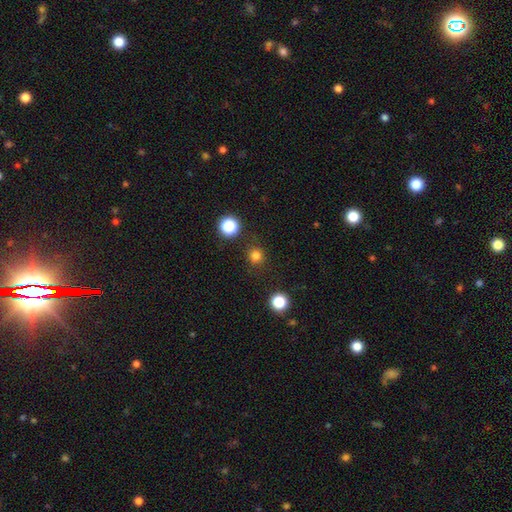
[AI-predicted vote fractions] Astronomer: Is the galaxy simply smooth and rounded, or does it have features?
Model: smooth — 79%.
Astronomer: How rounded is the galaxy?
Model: round — 93%.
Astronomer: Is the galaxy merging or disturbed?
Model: none — 88%.